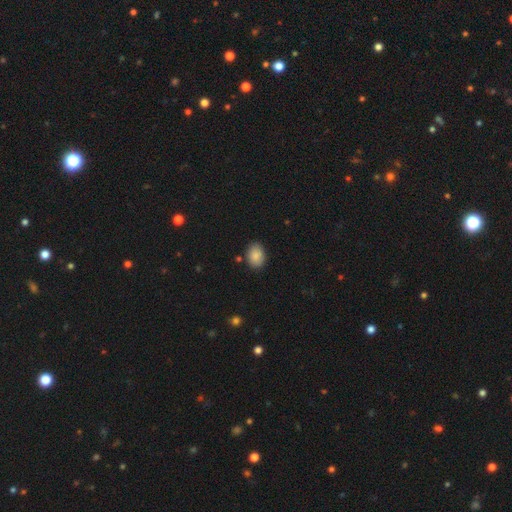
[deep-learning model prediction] This appears to be a smooth galaxy with no disk features (87%) that is in between round and cigar-shaped (77%). Merging: none (85%).